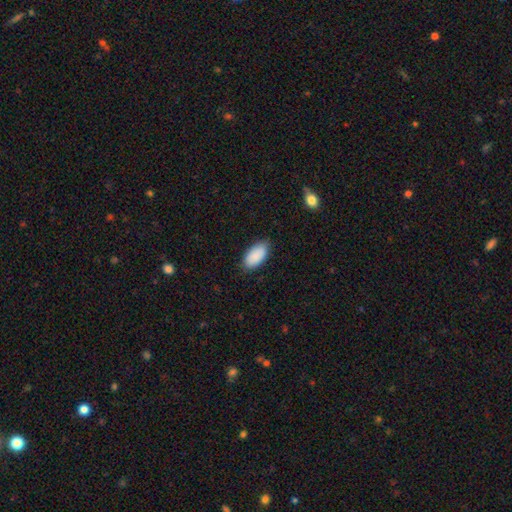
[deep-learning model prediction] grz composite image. It shows a smooth galaxy with no disk features (90%) that is in between round and cigar-shaped (95%). Merging: none (84%).